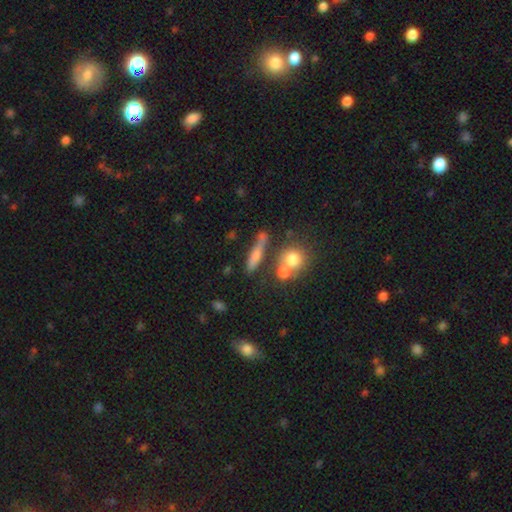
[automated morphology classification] Q: Smooth or featured?
A: smooth (60%); runner-up: featured or disk (28%)
Q: How rounded?
A: cigar-shaped (71%); runner-up: in between (18%)
Q: Merging?
A: none (60%); runner-up: merger (17%)